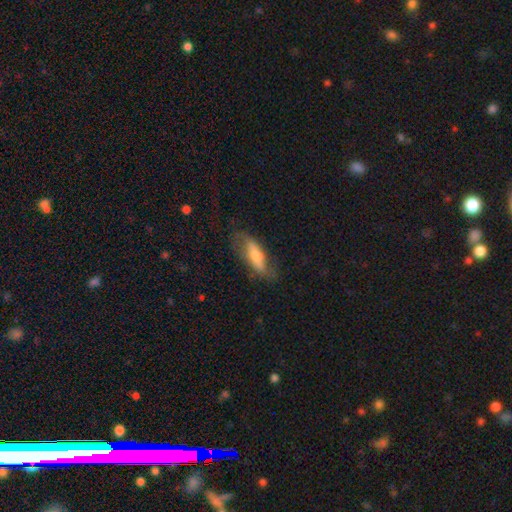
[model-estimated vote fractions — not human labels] A smooth galaxy with no disk features (47%). Merging: none (63%).